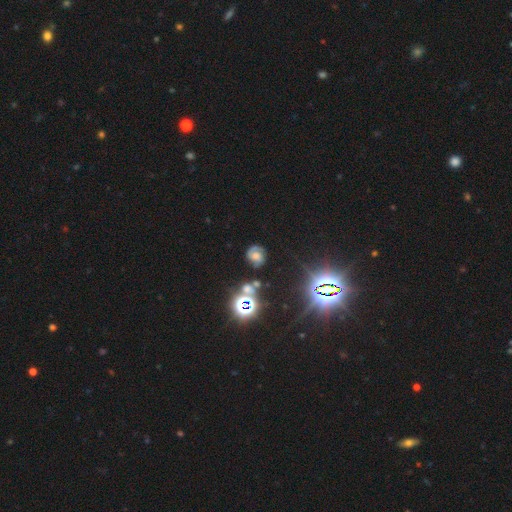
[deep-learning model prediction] Q: Smooth or featured?
A: featured or disk (56%); runner-up: smooth (22%)
Q: Edge-on disk?
A: no (97%); runner-up: yes (3%)
Q: Bar?
A: no (54%); runner-up: weak (34%)
Q: Spiral arms?
A: yes (86%); runner-up: no (14%)
Q: Bulge size?
A: moderate (49%); runner-up: small (24%)
Q: Merging?
A: none (69%); runner-up: minor disturbance (17%)